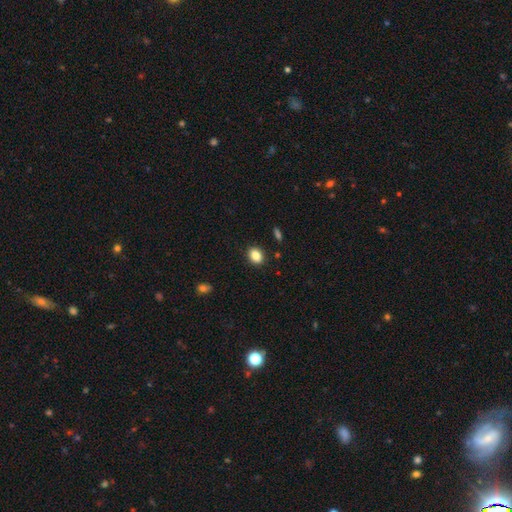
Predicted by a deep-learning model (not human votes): Q: Smooth or featured?
A: smooth (85%); runner-up: star or artifact (9%)
Q: How rounded?
A: in between (53%); runner-up: round (46%)
Q: Merging?
A: none (90%); runner-up: minor disturbance (7%)